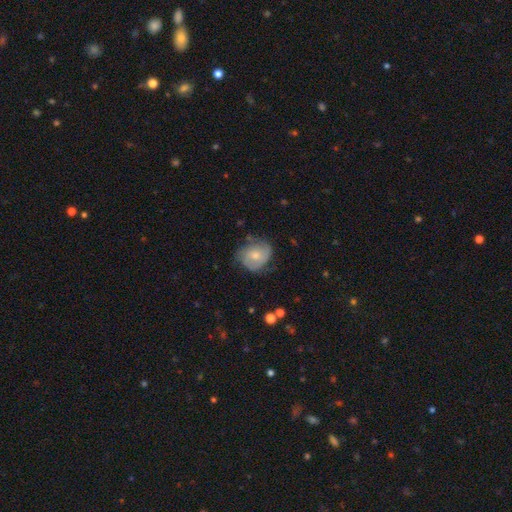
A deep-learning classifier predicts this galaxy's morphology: A featured or disk galaxy (52%) with no bar (71%), spiral arms (81%) and a moderate central bulge (51%). Merging: none (58%).